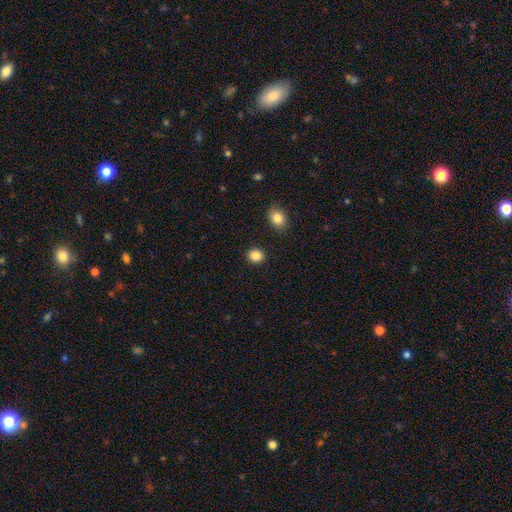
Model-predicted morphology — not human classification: Smooth or featured? Predicted: smooth (p=0.86). How rounded? Predicted: round (p=0.78). Merging? Predicted: none (p=0.90).